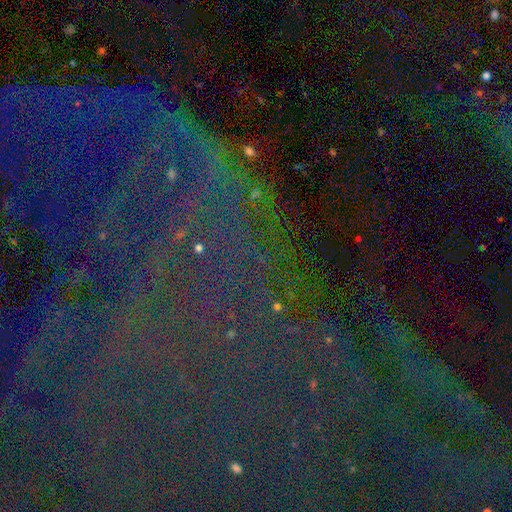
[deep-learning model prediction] Smooth or featured?
  - star or artifact: 83% *
  - featured or disk: 9%
  - smooth: 8%